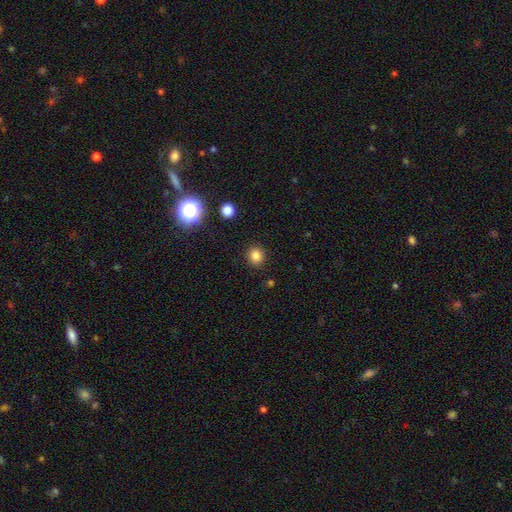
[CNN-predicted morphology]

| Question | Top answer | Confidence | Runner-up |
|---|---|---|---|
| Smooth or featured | smooth | 83% | star or artifact (13%) |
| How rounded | round | 82% | in between (17%) |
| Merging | none | 90% | minor disturbance (6%) |